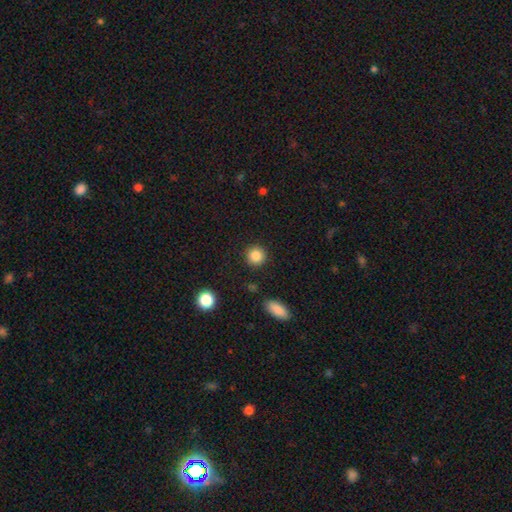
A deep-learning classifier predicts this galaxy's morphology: The model was most divided on "smooth or featured": smooth: 86%, star or artifact: 10%, featured or disk: 5%. More confident: how rounded — round (93%); merging — none (90%).